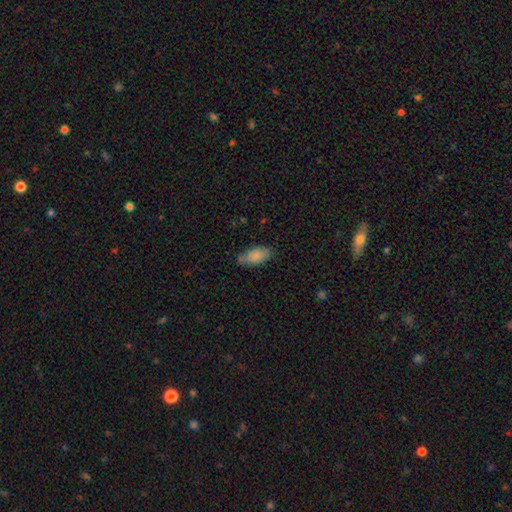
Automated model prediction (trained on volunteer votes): Smooth or featured: smooth — 86% (featured or disk — 7%)
How rounded: in between — 91% (cigar-shaped — 7%)
Merging: none — 67% (minor disturbance — 23%)